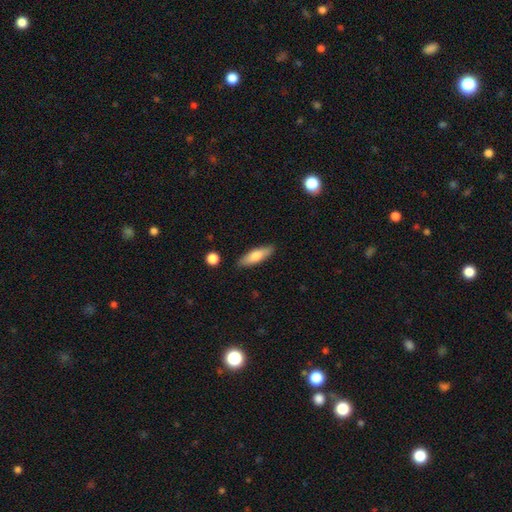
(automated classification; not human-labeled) Smooth or featured? smooth (74%)
How rounded? cigar-shaped (51%)
Merging? none (87%)